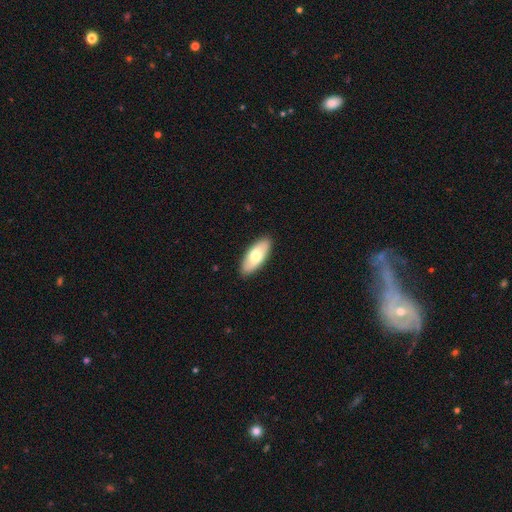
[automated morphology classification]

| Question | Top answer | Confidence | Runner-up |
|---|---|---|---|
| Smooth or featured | smooth | 69% | featured or disk (26%) |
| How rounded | in between | 83% | cigar-shaped (14%) |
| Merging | none | 90% | minor disturbance (8%) |